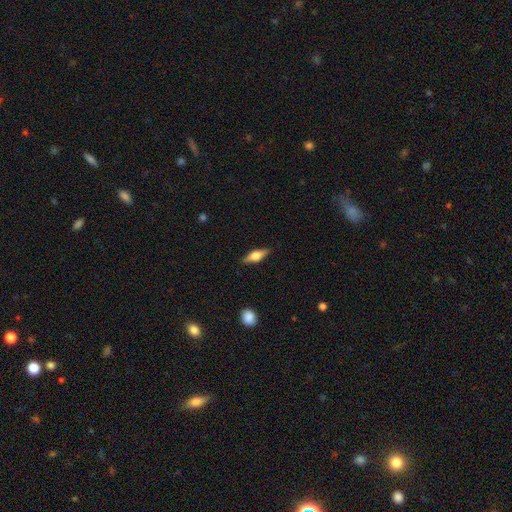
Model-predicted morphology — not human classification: Q: Smooth or featured?
A: featured or disk (49%); runner-up: smooth (45%)
Q: Merging?
A: none (87%); runner-up: minor disturbance (9%)